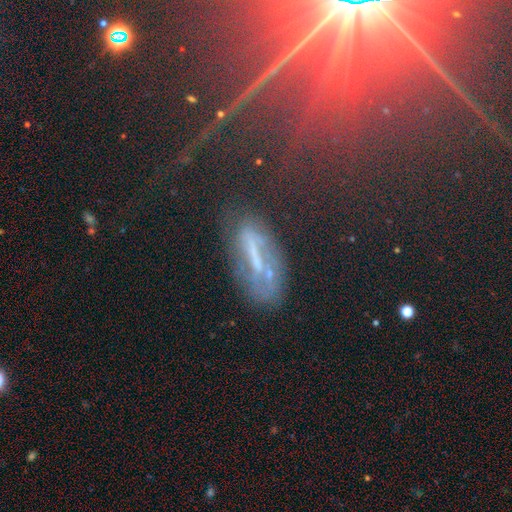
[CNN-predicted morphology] The model was most divided on "smooth or featured": featured or disk: 46%, smooth: 31%, star or artifact: 23%. More confident: merging — none (62%).